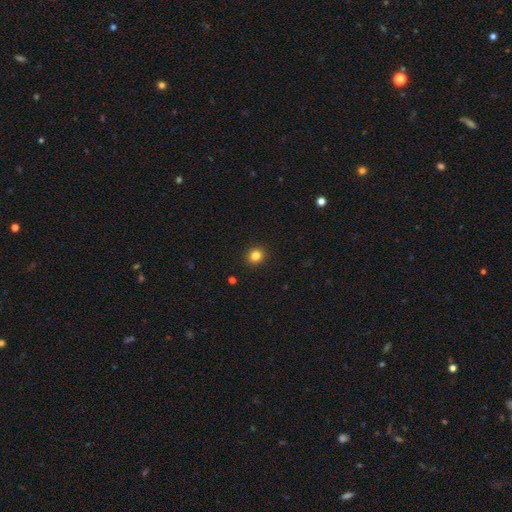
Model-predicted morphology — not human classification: smooth 83%, star or artifact 12%, featured or disk 5%. Down the decision tree: how rounded — round (85%); merging — none (92%).